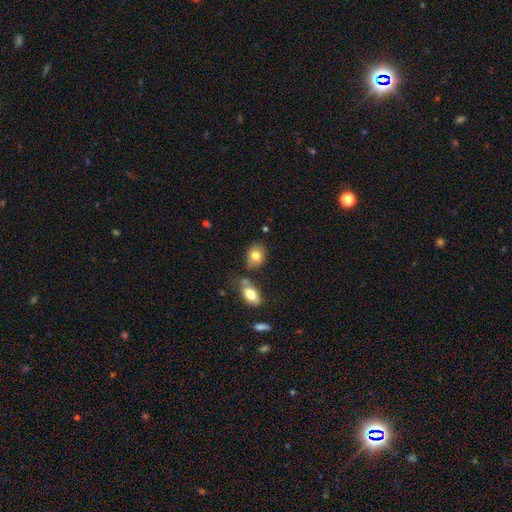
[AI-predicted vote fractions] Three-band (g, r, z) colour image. It shows a smooth galaxy with no disk features (78%) that is in between round and cigar-shaped (71%). Merging: none (66%).